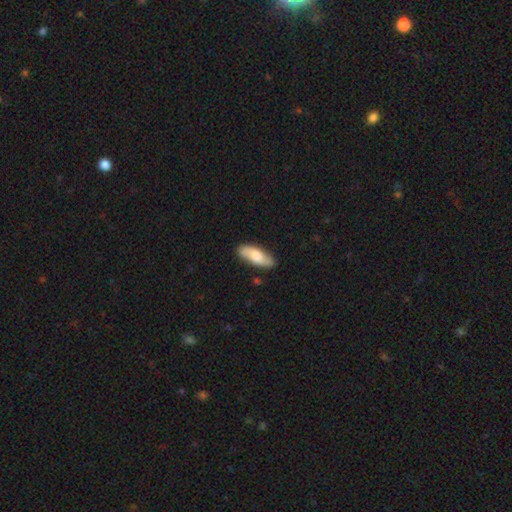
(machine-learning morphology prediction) A smooth galaxy with no disk features (71%) that is in between round and cigar-shaped (66%).

Vote fractions:
- Smooth or featured? smooth: 71% / featured or disk: 24% / star or artifact: 6%
- How rounded? in between: 66% / cigar-shaped: 32% / round: 2%
- Merging? none: 82% / minor disturbance: 14% / major disturbance: 2% / merger: 2%